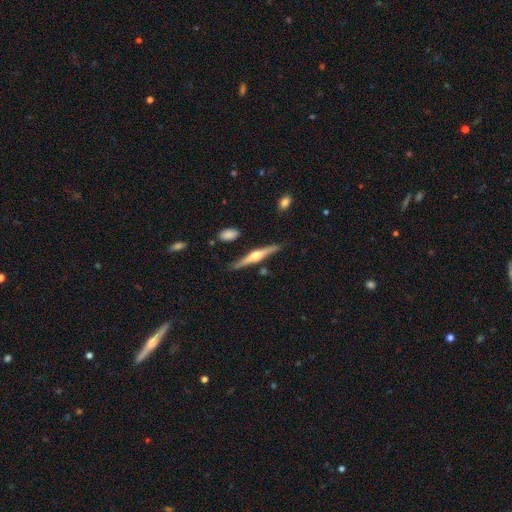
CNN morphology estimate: Q: Smooth or featured?
A: featured or disk (72%); runner-up: smooth (23%)
Q: Edge-on disk?
A: yes (98%); runner-up: no (2%)
Q: Edge-on bulge?
A: rounded (90%); runner-up: boxy (7%)
Q: Merging?
A: none (84%); runner-up: minor disturbance (11%)